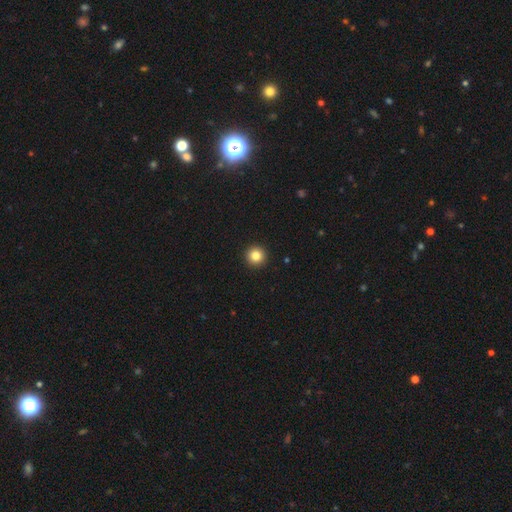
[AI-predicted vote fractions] Q: Smooth or featured?
A: smooth (84%); runner-up: star or artifact (11%)
Q: How rounded?
A: round (96%); runner-up: in between (3%)
Q: Merging?
A: none (94%); runner-up: minor disturbance (4%)